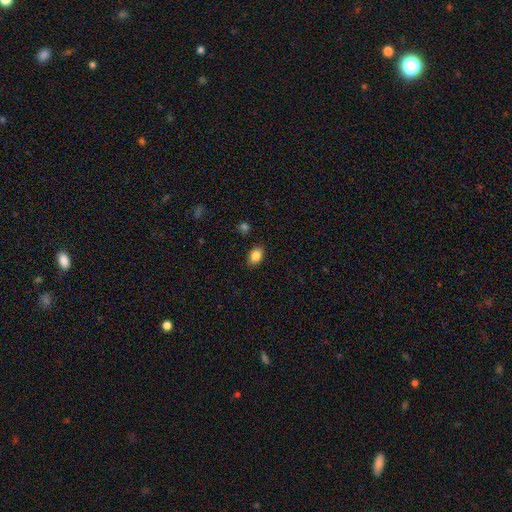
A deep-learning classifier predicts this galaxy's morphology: type=smooth (85%); roundness=in between (76%); merging=none (86%).